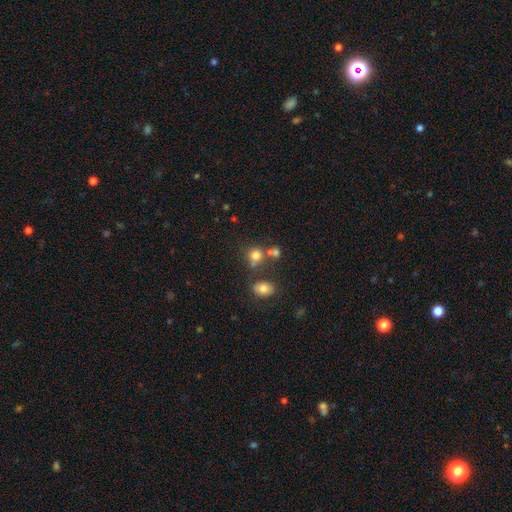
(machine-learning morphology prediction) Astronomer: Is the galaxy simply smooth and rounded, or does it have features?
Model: smooth — 77%.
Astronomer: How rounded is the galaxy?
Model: round — 78%.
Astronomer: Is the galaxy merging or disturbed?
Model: none — 57%.